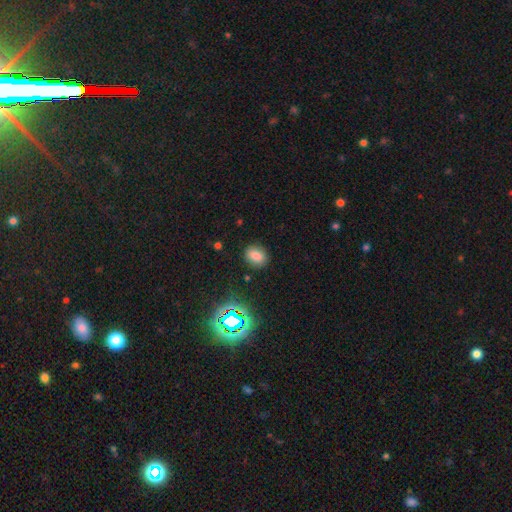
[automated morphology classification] This appears to be a smooth galaxy with no disk features (77%) that is in between round and cigar-shaped (58%). Merging: none (86%).